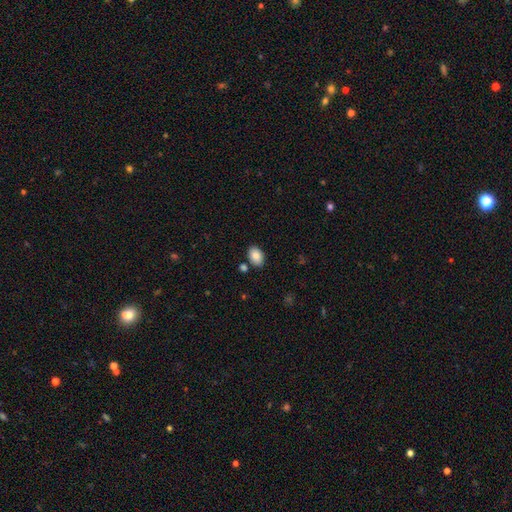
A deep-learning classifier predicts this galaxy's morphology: A smooth galaxy with no disk features (86%) that is in between round and cigar-shaped (86%).

Vote fractions:
- Smooth or featured? smooth: 86% / star or artifact: 7% / featured or disk: 7%
- How rounded? in between: 86% / round: 13% / cigar-shaped: 1%
- Merging? none: 81% / minor disturbance: 11% / merger: 6% / major disturbance: 2%